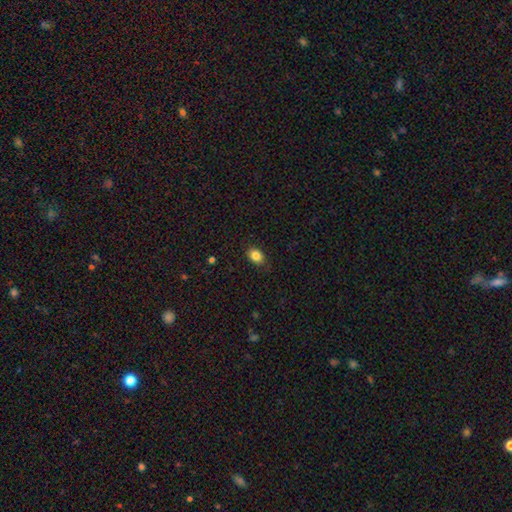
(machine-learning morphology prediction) Smooth or featured: smooth — 84% (star or artifact — 9%)
How rounded: in between — 69% (round — 30%)
Merging: none — 85% (minor disturbance — 12%)